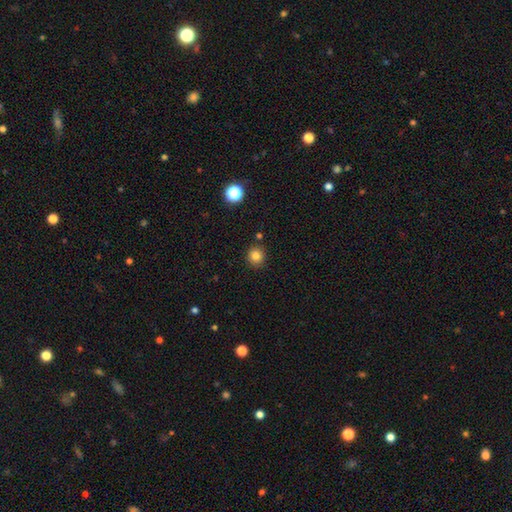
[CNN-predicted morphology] smooth-or-featured: smooth: 82% | star or artifact: 12% | featured or disk: 5%
  how-rounded: round: 90% | in between: 9% | cigar-shaped: 1%
  merging: none: 87% | minor disturbance: 7% | merger: 4% | major disturbance: 2%